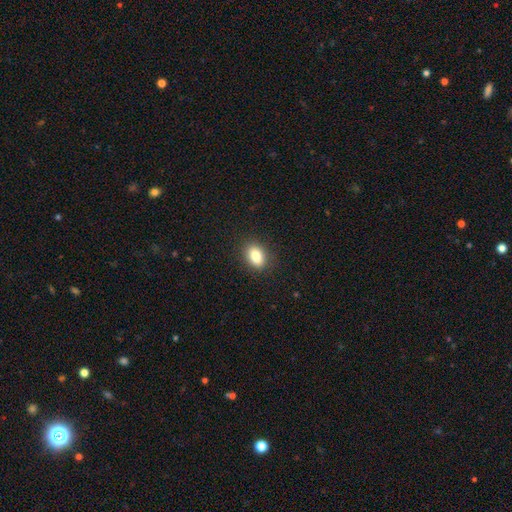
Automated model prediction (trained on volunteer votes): This is clearly a smooth galaxy (84%). How rounded: clearly in between (82%). Merging: clearly none (87%).